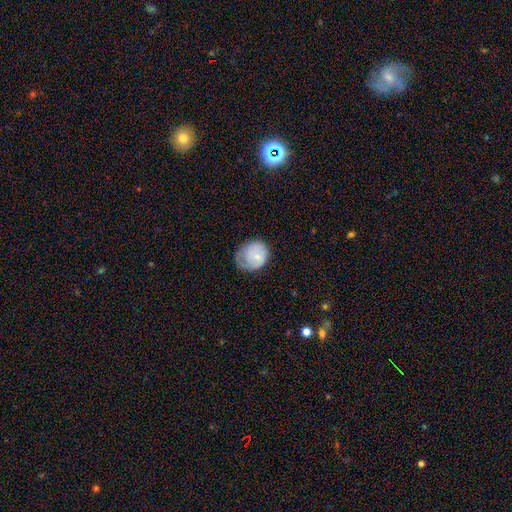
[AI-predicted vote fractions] A smooth galaxy with no disk features (64%) that is round (71%). Merging: none (49%).